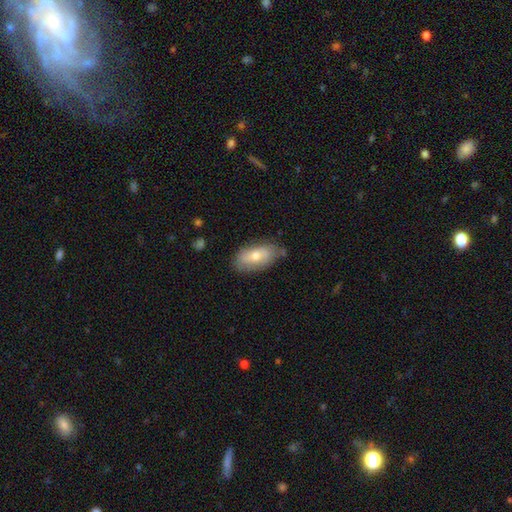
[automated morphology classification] A smooth galaxy with no disk features (66%) that is in between round and cigar-shaped (91%). Merging: none (71%).